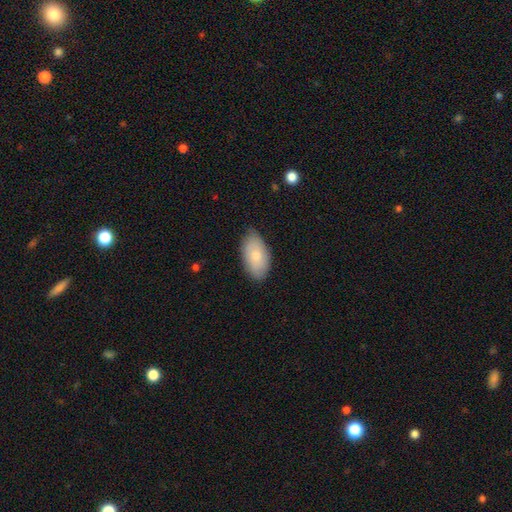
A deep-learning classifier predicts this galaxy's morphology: Q: Smooth or featured?
A: smooth (79%); runner-up: featured or disk (16%)
Q: How rounded?
A: in between (95%); runner-up: round (3%)
Q: Merging?
A: none (78%); runner-up: minor disturbance (18%)